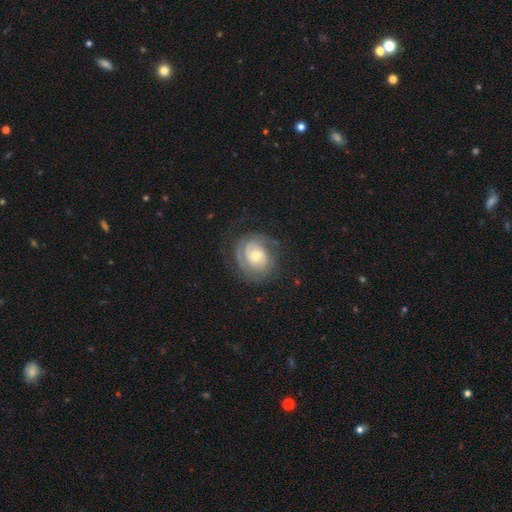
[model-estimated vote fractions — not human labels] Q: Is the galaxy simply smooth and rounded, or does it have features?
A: featured or disk — 77%.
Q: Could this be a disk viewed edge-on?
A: no — 97%.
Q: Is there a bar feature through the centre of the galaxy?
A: no — 71%.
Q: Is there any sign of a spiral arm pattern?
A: yes — 90%.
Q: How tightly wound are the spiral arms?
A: tight — 70%.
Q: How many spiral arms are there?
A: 2 — 43%.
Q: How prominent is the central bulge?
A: moderate — 57%.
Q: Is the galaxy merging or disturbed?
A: none — 70%.